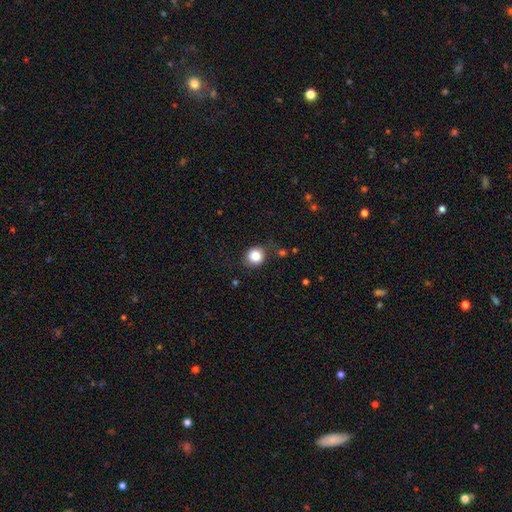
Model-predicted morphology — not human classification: Smooth or featured? smooth (84%)
How rounded? round (86%)
Merging? none (79%)